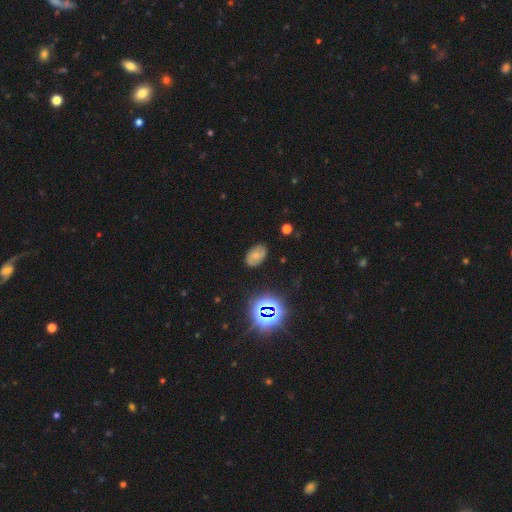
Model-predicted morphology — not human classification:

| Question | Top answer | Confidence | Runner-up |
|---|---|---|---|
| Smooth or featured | smooth | 50% | featured or disk (32%) |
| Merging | none | 81% | minor disturbance (14%) |